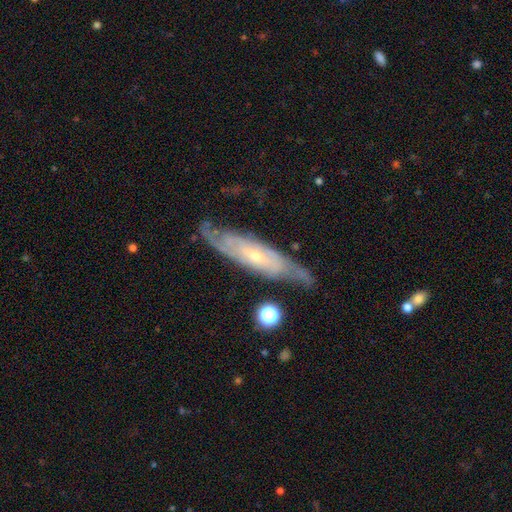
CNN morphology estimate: type=featured or disk (81%); edge-on=no (74%); bar=no (61%); spiral arms=yes (91%); winding=tight (54%); arm count=2 (46%); bulge=small (67%); merging=none (71%).